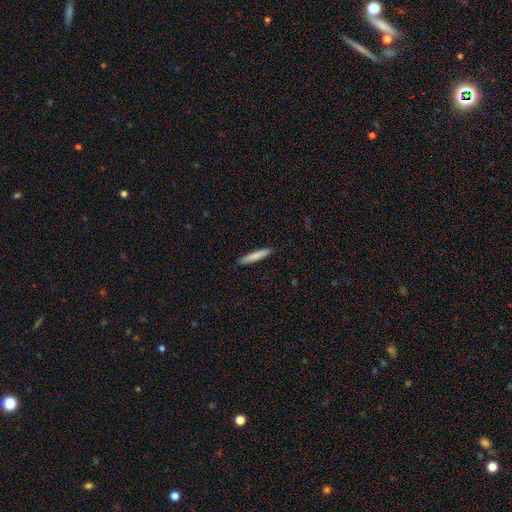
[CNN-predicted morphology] smooth 79%, featured or disk 16%, star or artifact 6%. Down the decision tree: how rounded — cigar-shaped (93%); merging — none (90%).